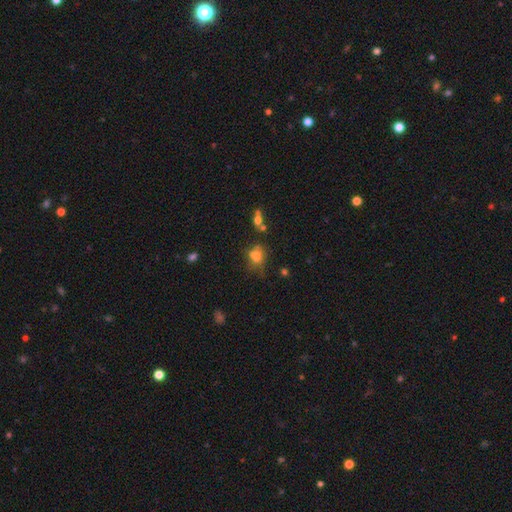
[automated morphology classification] smooth_or_featured: smooth (p=0.71) [alt: star or artifact p=0.15]
how_rounded: in between (p=0.57) [alt: round p=0.41]
merging: none (p=0.42) [alt: minor disturbance p=0.25]